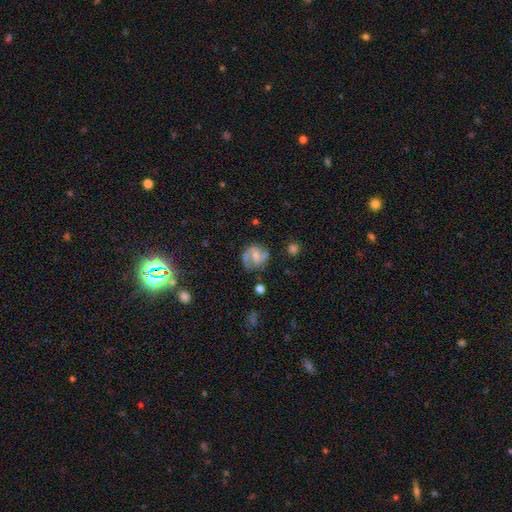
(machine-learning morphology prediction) Q: Smooth or featured?
A: featured or disk (68%); runner-up: smooth (24%)
Q: Edge-on disk?
A: no (98%); runner-up: yes (2%)
Q: Bar?
A: no (44%); tied with: weak (44%)
Q: Spiral arms?
A: yes (87%); runner-up: no (13%)
Q: Spiral winding?
A: medium (50%); runner-up: tight (28%)
Q: Spiral arm count?
A: 2 (78%); runner-up: can't tell (11%)
Q: Bulge size?
A: moderate (43%); runner-up: small (42%)
Q: Merging?
A: none (66%); runner-up: minor disturbance (20%)